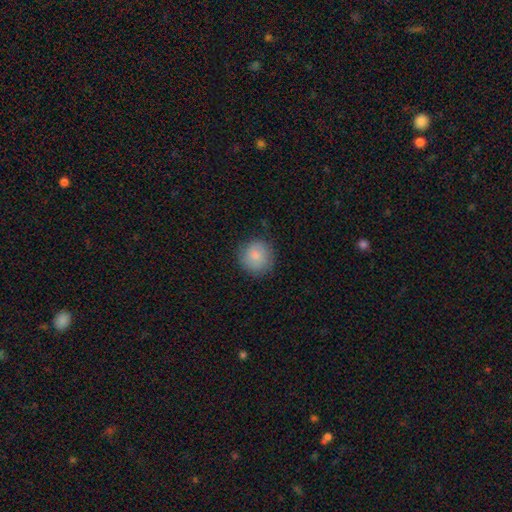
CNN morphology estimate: This appears to be a smooth galaxy with no disk features (83%) that is round (91%). Merging: none (83%).